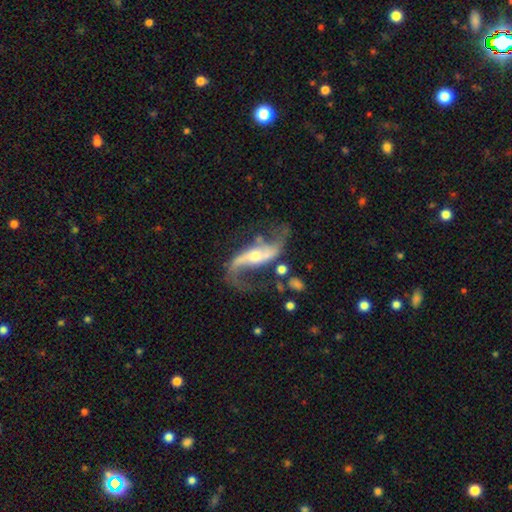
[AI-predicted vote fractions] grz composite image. It shows a featured or disk galaxy (90%) with a strong bar (40%), 2 (91%) loose (80%) spiral arms (96%) and a moderate central bulge (50%). Merging: none (65%).